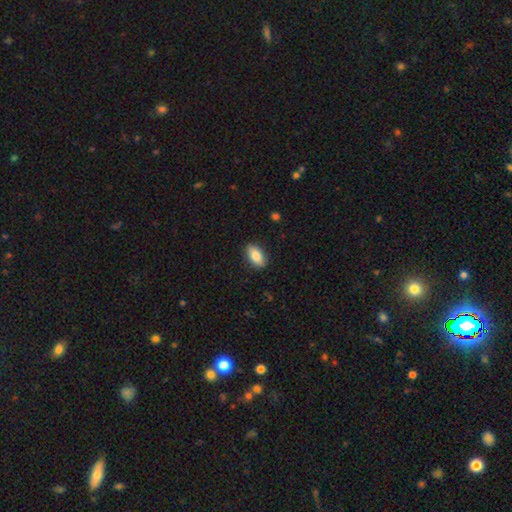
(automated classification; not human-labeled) Overall: smooth (84%). How rounded: in between (89%). Merging: none (87%).